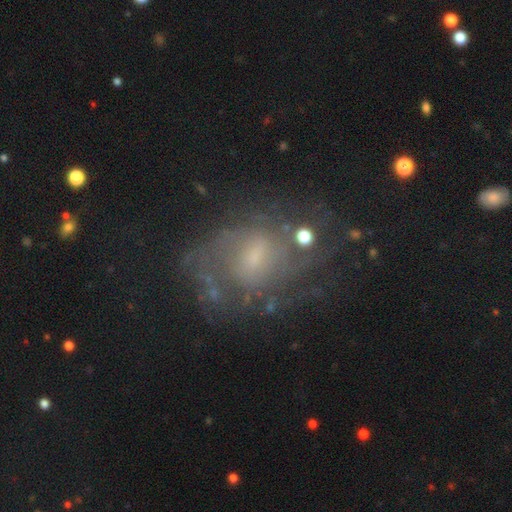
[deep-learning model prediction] A featured or disk galaxy (72%) with a weak bar (51%), tight (41%) spiral arms (83%) and a small central bulge (51%). Merging: none (62%).